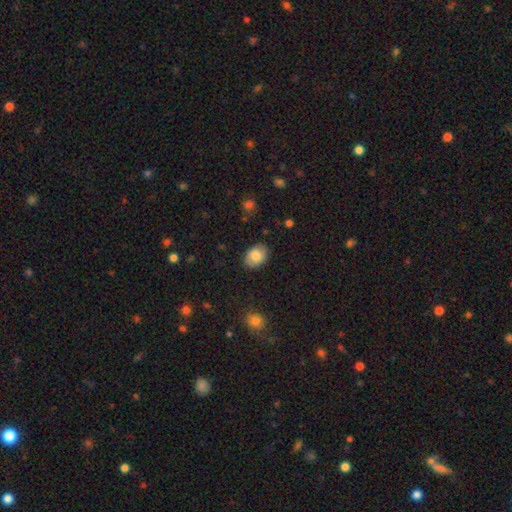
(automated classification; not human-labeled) Q: Smooth or featured?
A: smooth (80%); runner-up: featured or disk (13%)
Q: How rounded?
A: in between (78%); runner-up: round (21%)
Q: Merging?
A: none (86%); runner-up: minor disturbance (10%)